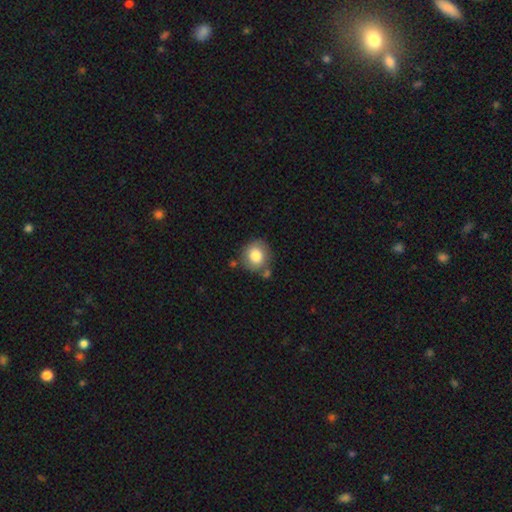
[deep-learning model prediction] The model was most divided on "merging": none: 69%, minor disturbance: 16%, merger: 10%, major disturbance: 5%. More confident: how rounded — round (86%); smooth or featured — smooth (80%).